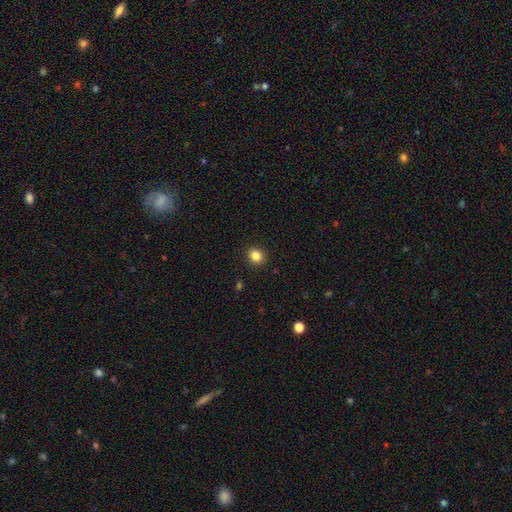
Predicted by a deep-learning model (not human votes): Smooth or featured: smooth — 85% (star or artifact — 11%)
How rounded: round — 80% (in between — 19%)
Merging: none — 91% (minor disturbance — 6%)